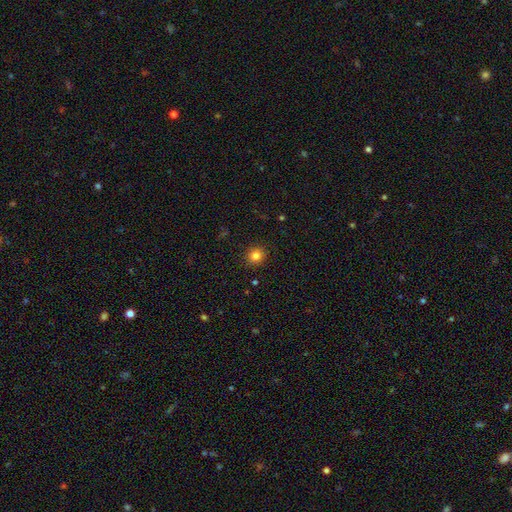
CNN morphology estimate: A smooth galaxy with no disk features (82%) that is round (81%).

Vote fractions:
- Smooth or featured? smooth: 82% / star or artifact: 12% / featured or disk: 5%
- How rounded? round: 81% / in between: 18% / cigar-shaped: 1%
- Merging? none: 90% / minor disturbance: 7% / major disturbance: 2% / merger: 1%